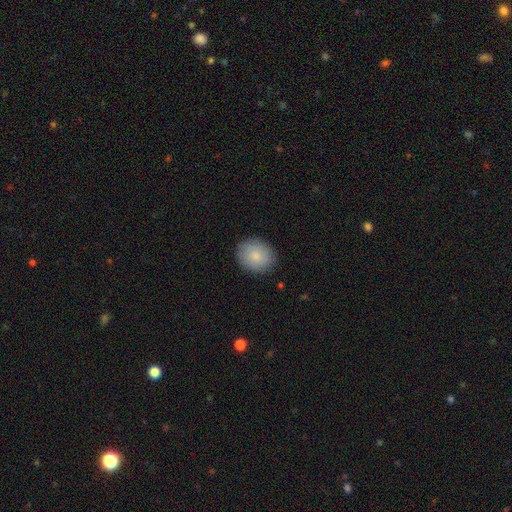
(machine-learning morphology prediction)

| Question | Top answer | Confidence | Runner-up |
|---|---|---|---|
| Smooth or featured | smooth | 84% | featured or disk (9%) |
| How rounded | round | 61% | in between (38%) |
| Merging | none | 87% | minor disturbance (10%) |